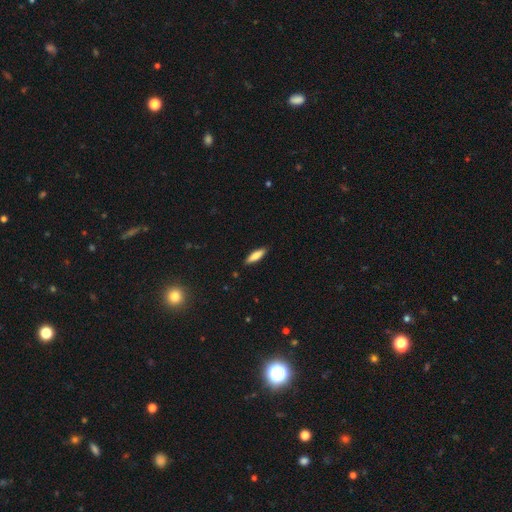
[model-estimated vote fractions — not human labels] Smooth or featured?
  - smooth: 78% *
  - featured or disk: 15%
  - star or artifact: 6%
How rounded?
  - cigar-shaped: 61% *
  - in between: 37%
  - round: 2%
Merging?
  - none: 88% *
  - minor disturbance: 9%
  - major disturbance: 2%
  - merger: 1%